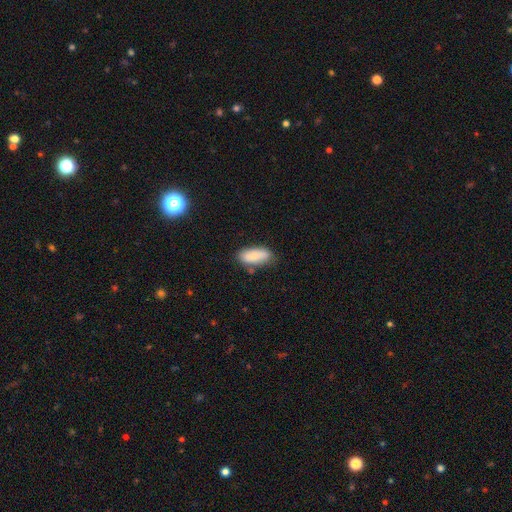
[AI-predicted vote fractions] A smooth galaxy with no disk features (75%) that is in between round and cigar-shaped (89%). Merging: none (70%).